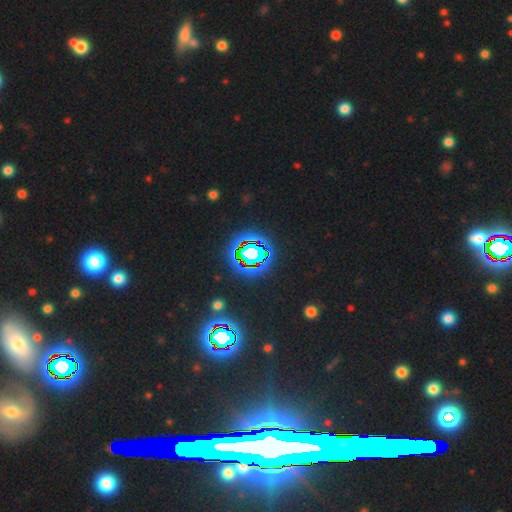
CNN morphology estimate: smooth_or_featured: star or artifact (p=0.78) [alt: smooth p=0.11]